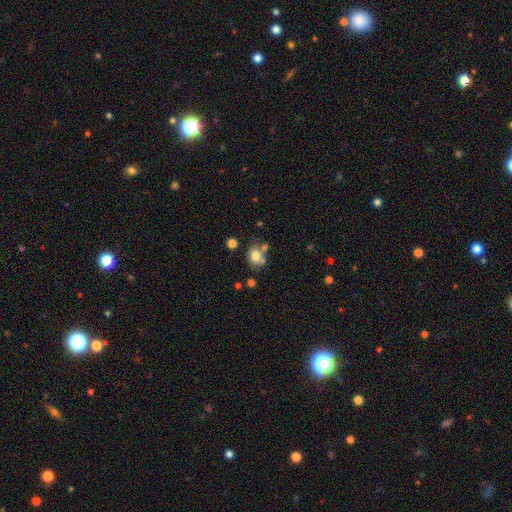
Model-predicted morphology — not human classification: Q: Smooth or featured?
A: smooth (75%); runner-up: featured or disk (13%)
Q: How rounded?
A: round (59%); runner-up: in between (40%)
Q: Merging?
A: none (51%); runner-up: merger (27%)